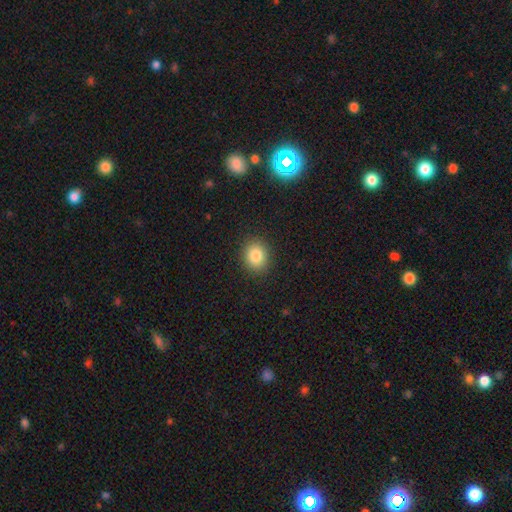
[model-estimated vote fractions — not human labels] Q: Smooth or featured?
A: smooth (85%); runner-up: star or artifact (10%)
Q: How rounded?
A: round (63%); runner-up: in between (36%)
Q: Merging?
A: none (89%); runner-up: minor disturbance (8%)